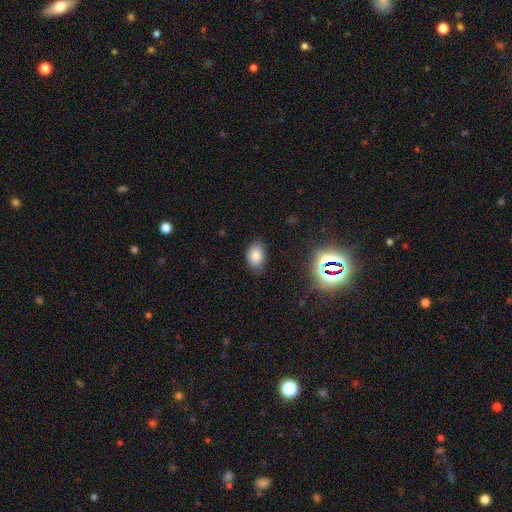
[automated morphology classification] This appears to be a smooth galaxy with no disk features (81%) that is in between round and cigar-shaped (82%). Merging: none (81%).